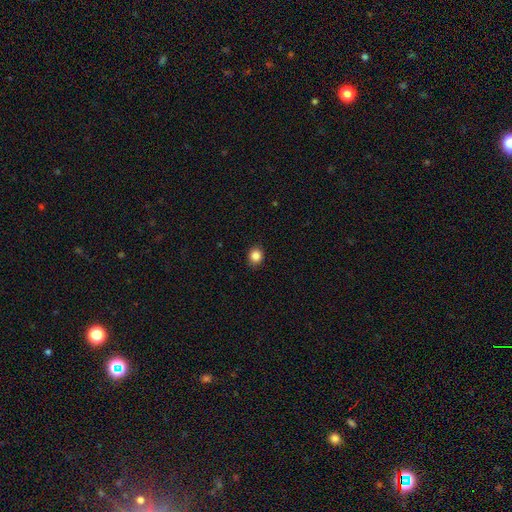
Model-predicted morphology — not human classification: This appears to be a smooth galaxy with no disk features (86%) that is round (76%). Merging: none (90%).